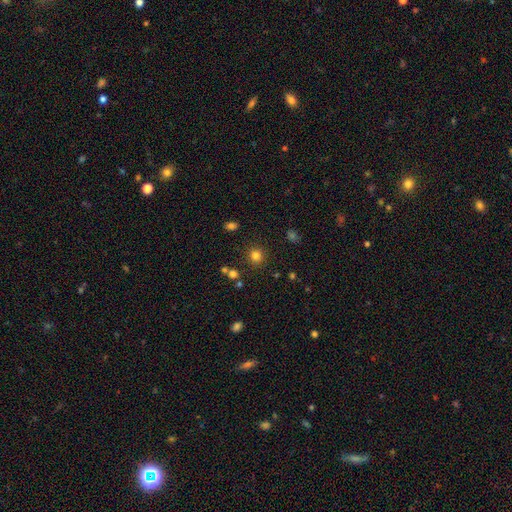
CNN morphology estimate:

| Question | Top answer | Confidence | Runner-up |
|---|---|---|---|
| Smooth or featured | smooth | 80% | star or artifact (15%) |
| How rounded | round | 90% | in between (9%) |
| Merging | none | 87% | minor disturbance (7%) |